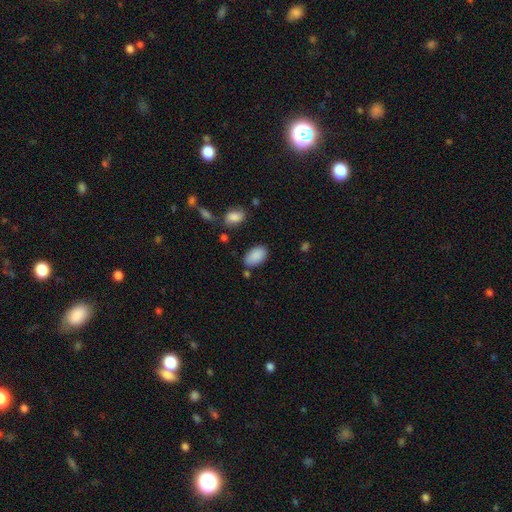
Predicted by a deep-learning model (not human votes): Morphology: type=smooth (89%); roundness=in between (93%); merging=none (79%).